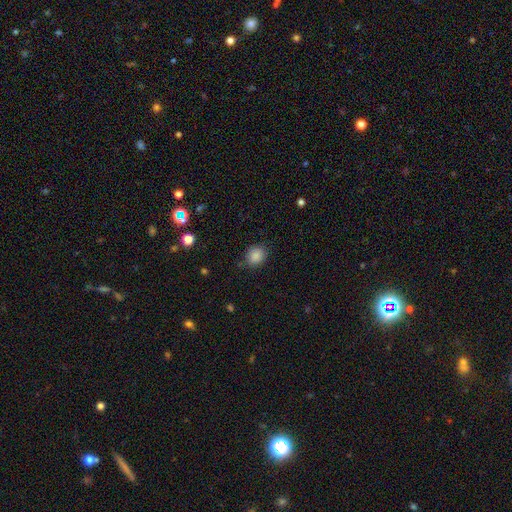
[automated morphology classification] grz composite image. It shows a smooth galaxy with no disk features (86%) that is round (67%). Merging: none (80%).